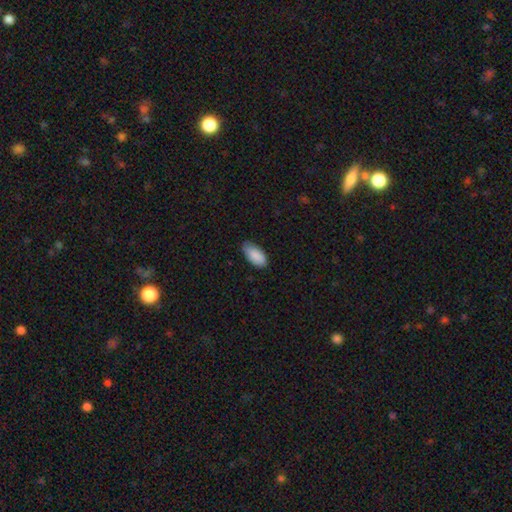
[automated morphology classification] Q: Smooth or featured?
A: smooth (89%); runner-up: star or artifact (6%)
Q: How rounded?
A: in between (94%); runner-up: cigar-shaped (4%)
Q: Merging?
A: none (76%); runner-up: minor disturbance (20%)